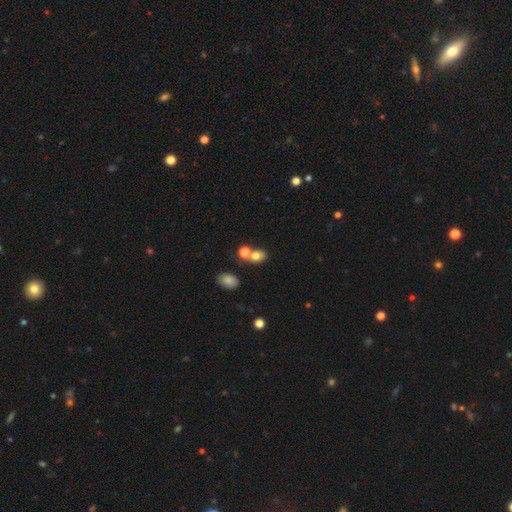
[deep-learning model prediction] Overall: smooth (76%). How rounded: in between (55%; round 44%). Merging: none (45%; merger 42%).